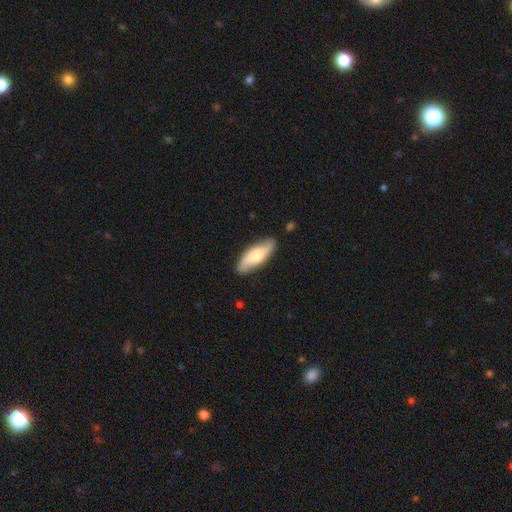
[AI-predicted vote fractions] smooth_or_featured: smooth (p=0.61) [alt: featured or disk p=0.34]
how_rounded: in between (p=0.65) [alt: cigar-shaped p=0.33]
merging: none (p=0.85) [alt: minor disturbance p=0.11]